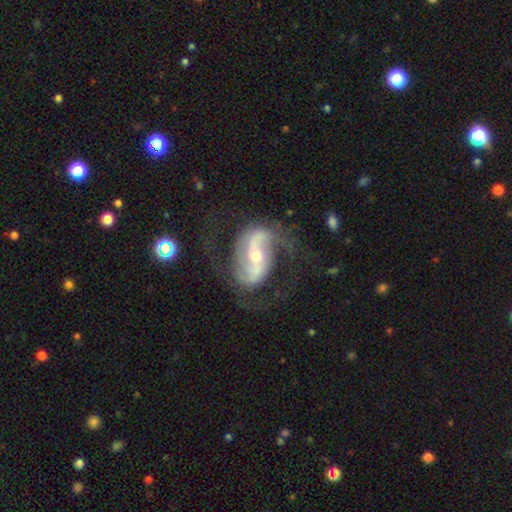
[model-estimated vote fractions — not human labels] This appears to be a featured or disk galaxy (88%) with a strong bar (45%), 2 (89%) medium (46%) spiral arms (95%) and a small central bulge (51%). Merging: none (67%).